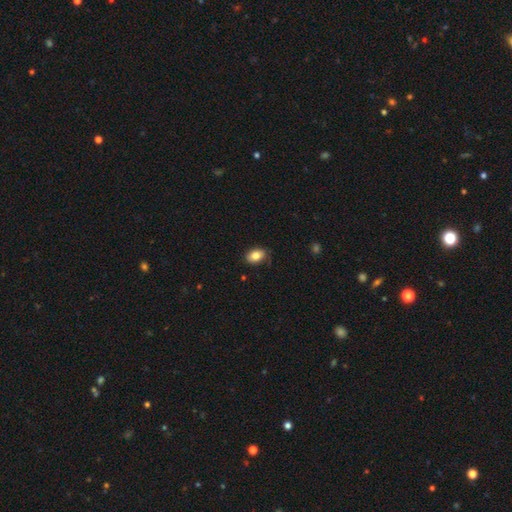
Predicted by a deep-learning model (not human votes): This appears to be a smooth galaxy with no disk features (83%) that is in between round and cigar-shaped (82%). Merging: none (80%).